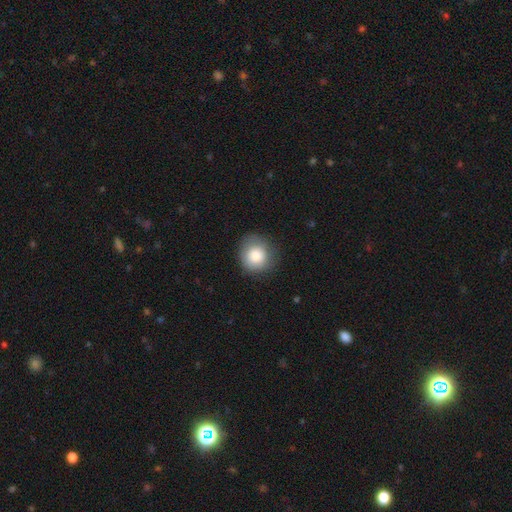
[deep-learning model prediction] A smooth galaxy with no disk features (84%) that is round (88%). Merging: none (79%).